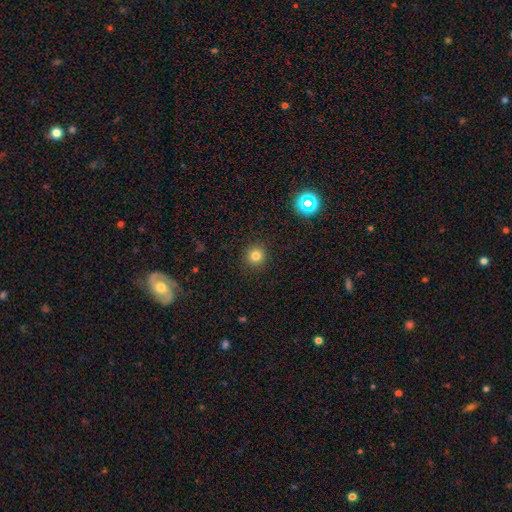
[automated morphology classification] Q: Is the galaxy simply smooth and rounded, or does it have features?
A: smooth — 81%.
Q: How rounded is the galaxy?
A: round — 93%.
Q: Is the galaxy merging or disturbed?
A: none — 91%.